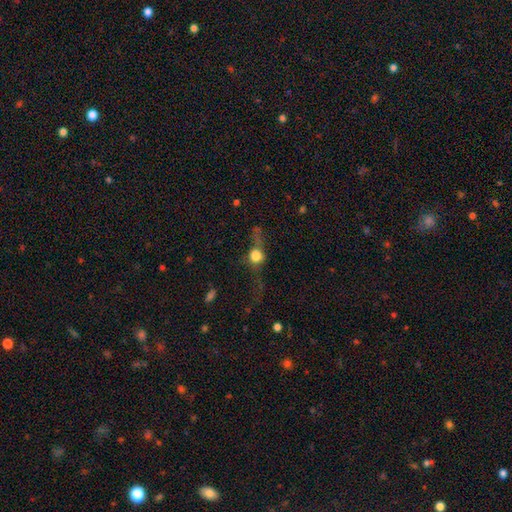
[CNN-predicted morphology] A smooth galaxy with no disk features (56%) that is round (73%). Merging: none (40%).